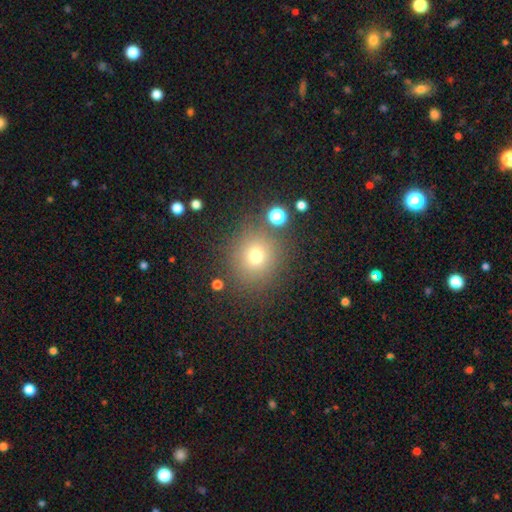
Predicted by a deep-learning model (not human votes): Q: Smooth or featured?
A: smooth (70%); runner-up: star or artifact (20%)
Q: How rounded?
A: round (87%); runner-up: in between (12%)
Q: Merging?
A: none (83%); runner-up: minor disturbance (9%)